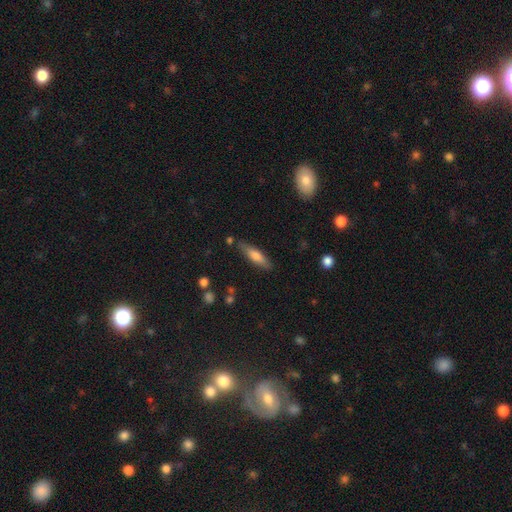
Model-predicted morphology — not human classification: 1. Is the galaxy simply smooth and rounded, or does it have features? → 66% smooth, 28% featured or disk, 6% star or artifact.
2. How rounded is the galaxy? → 69% cigar-shaped, 29% in between, 2% round.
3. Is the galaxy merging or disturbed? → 80% none, 14% minor disturbance, 3% merger, 3% major disturbance.